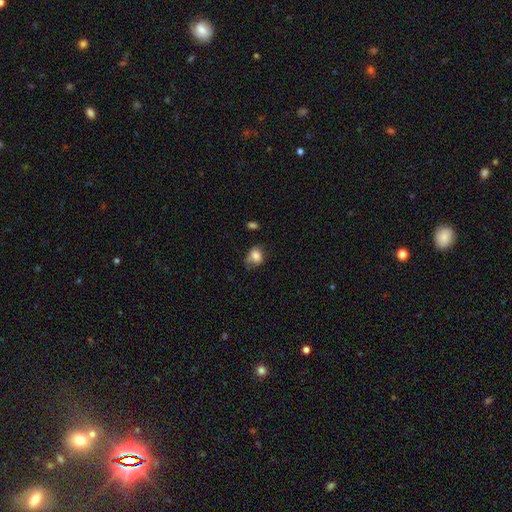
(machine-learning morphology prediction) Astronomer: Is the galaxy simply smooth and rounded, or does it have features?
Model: smooth — 82%.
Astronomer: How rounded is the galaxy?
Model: in between — 55% (runner-up: round, 44%).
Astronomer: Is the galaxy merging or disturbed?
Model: none — 51% (runner-up: minor disturbance, 34%).